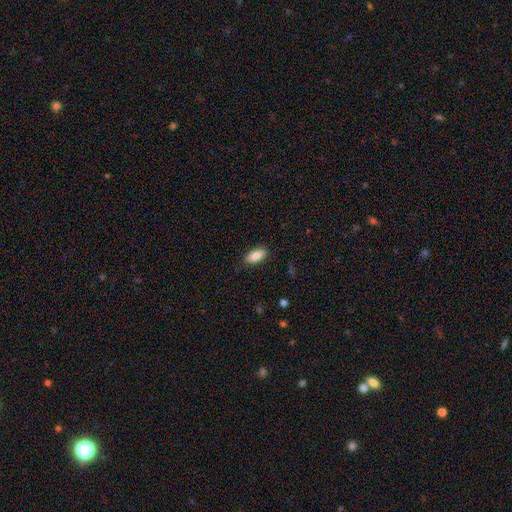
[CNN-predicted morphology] The model was most divided on "how rounded": in between: 85%, cigar-shaped: 13%, round: 2%. More confident: merging — none (86%); smooth or featured — smooth (85%).